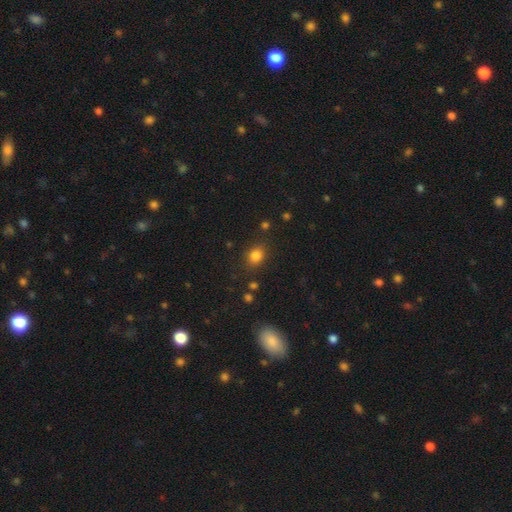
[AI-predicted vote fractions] This appears to be a smooth galaxy with no disk features (82%) that is round (56%). Merging: none (82%).